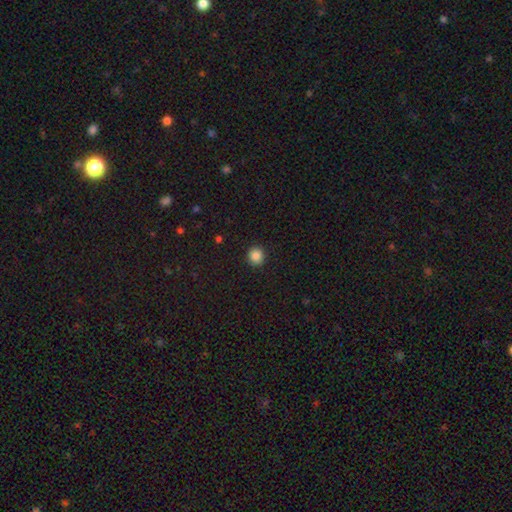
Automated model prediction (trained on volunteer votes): Smooth or featured? Predicted: smooth (p=0.86). How rounded? Predicted: round (p=0.89). Merging? Predicted: none (p=0.92).